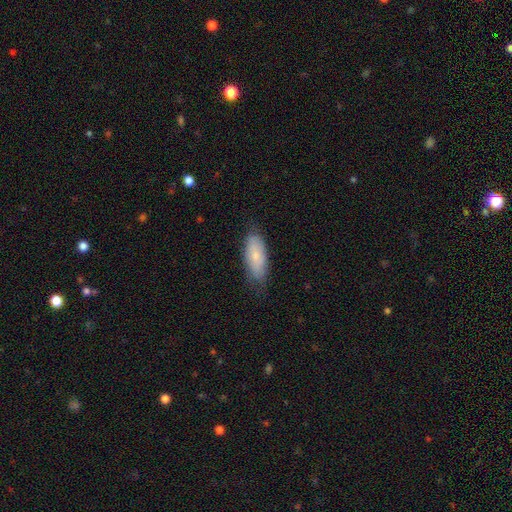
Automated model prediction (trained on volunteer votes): Smooth or featured? Predicted: smooth (p=0.72). How rounded? Predicted: in between (p=0.78). Merging? Predicted: none (p=0.72).